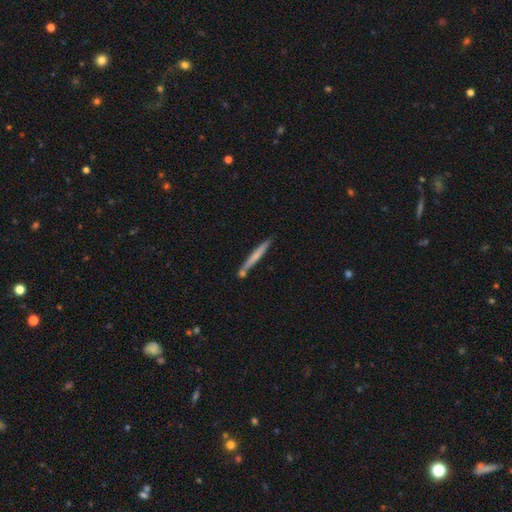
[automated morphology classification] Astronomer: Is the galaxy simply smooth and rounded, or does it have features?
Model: smooth — 59% (runner-up: featured or disk, 35%).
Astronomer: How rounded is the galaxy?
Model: cigar-shaped — 96%.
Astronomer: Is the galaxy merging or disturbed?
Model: none — 75%.